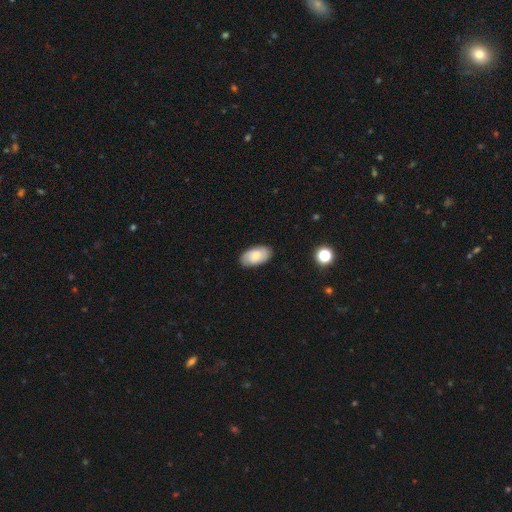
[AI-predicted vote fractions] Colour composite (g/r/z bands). It shows a smooth galaxy with no disk features (67%) that is in between round and cigar-shaped (94%). Merging: none (84%).